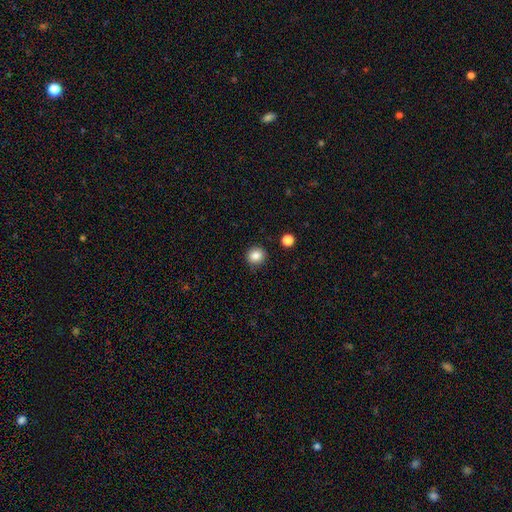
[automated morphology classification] Overall: smooth (85%). How rounded: round (87%). Merging: none (88%).